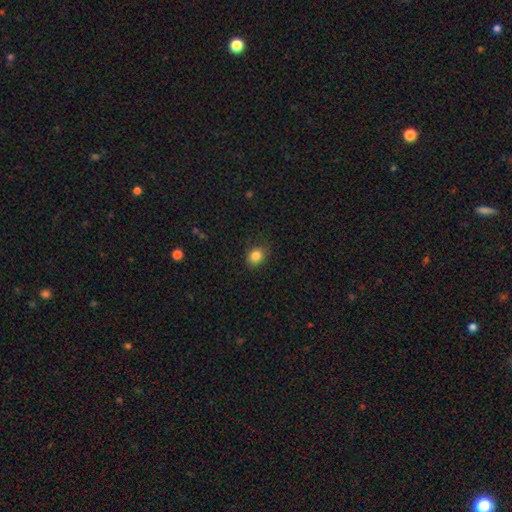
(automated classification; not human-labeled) Smooth or featured? smooth (84%)
How rounded? in between (50%)
Merging? none (82%)